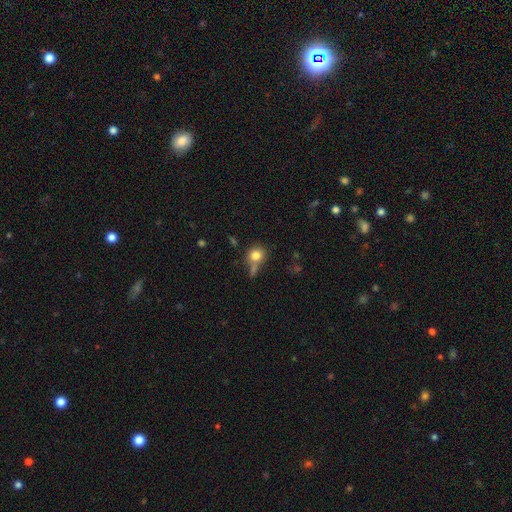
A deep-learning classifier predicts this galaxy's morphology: A smooth galaxy with no disk features (80%) that is round (81%).

Vote fractions:
- Smooth or featured? smooth: 80% / star or artifact: 10% / featured or disk: 10%
- How rounded? round: 81% / in between: 17% / cigar-shaped: 1%
- Merging? none: 52% / merger: 21% / minor disturbance: 17% / major disturbance: 9%